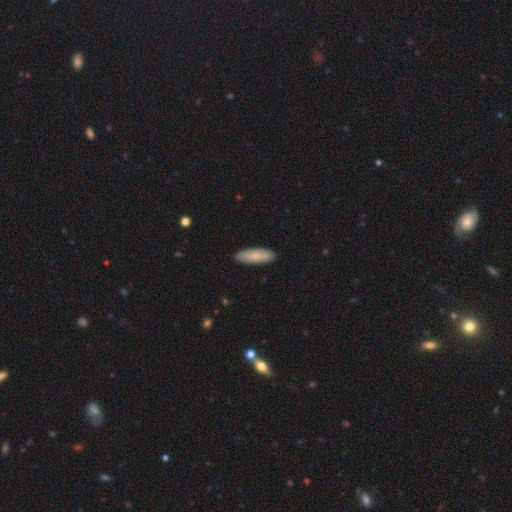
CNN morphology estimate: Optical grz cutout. It shows a smooth galaxy with no disk features (82%) that is in between round and cigar-shaped (57%). Merging: none (88%).